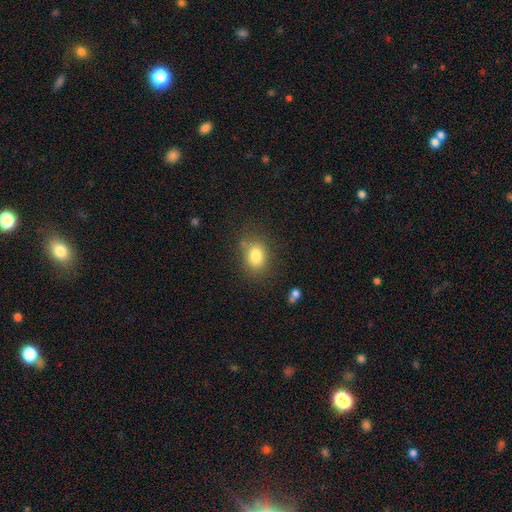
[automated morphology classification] The model was most divided on "how rounded": in between: 62%, round: 36%, cigar-shaped: 1%. More confident: smooth or featured — smooth (81%); merging — none (75%).